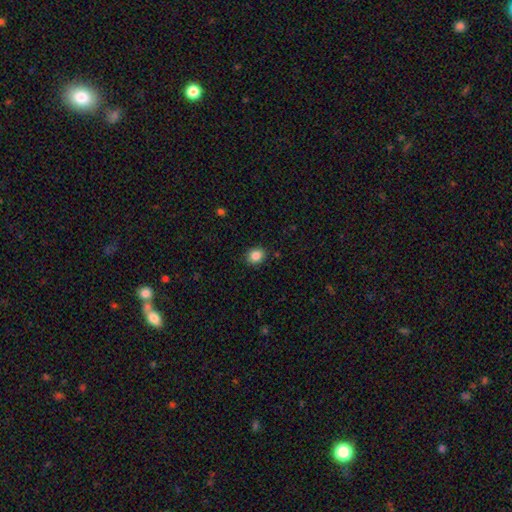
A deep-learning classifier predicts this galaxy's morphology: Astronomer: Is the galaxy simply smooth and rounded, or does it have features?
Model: smooth — 86%.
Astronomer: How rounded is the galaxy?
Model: round — 69%.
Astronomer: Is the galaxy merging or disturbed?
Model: none — 89%.